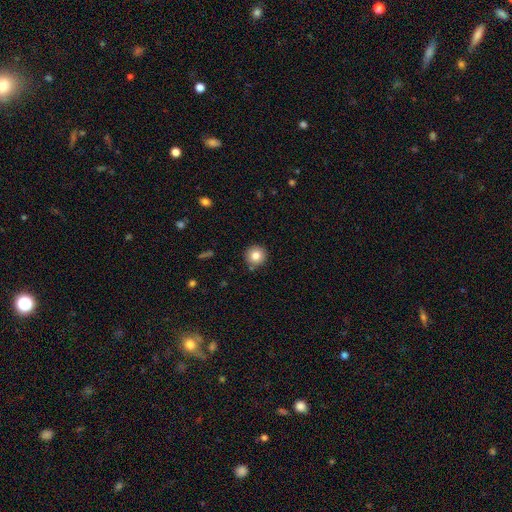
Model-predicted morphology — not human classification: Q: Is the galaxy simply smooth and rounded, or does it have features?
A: smooth — 82%.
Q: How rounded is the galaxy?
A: round — 95%.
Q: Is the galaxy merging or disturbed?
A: none — 88%.